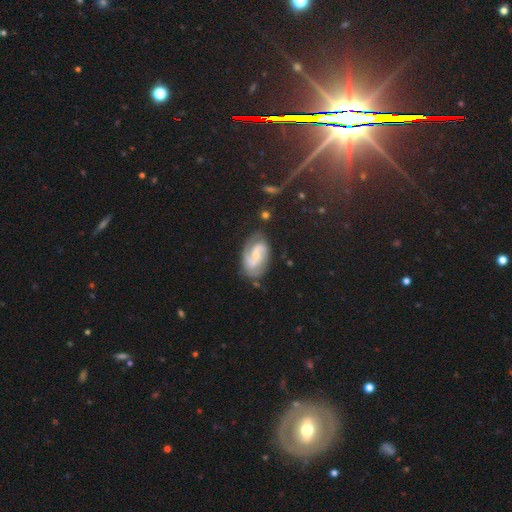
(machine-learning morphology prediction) Smooth or featured: featured or disk — 84% (smooth — 11%)
Edge-on disk: no — 97% (yes — 3%)
Bar: weak — 47% (no — 39%)
Spiral arms: yes — 96% (no — 4%)
Spiral winding: medium — 48% (tight — 31%)
Spiral arm count: 2 — 84% (can't tell — 6%)
Bulge size: small — 60% (moderate — 32%)
Merging: none — 71% (minor disturbance — 19%)